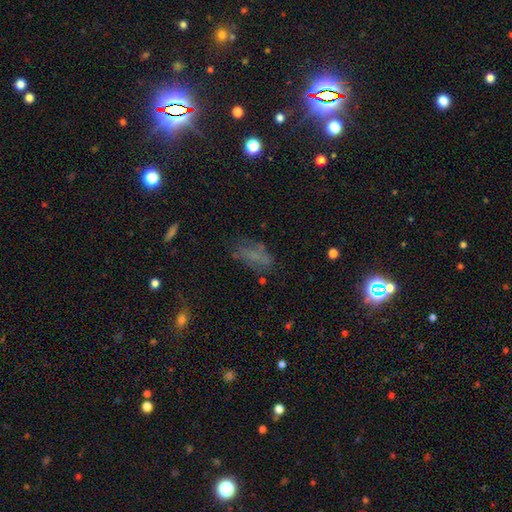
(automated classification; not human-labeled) Smooth or featured? smooth (53%)
How rounded? in between (80%)
Merging? none (55%)